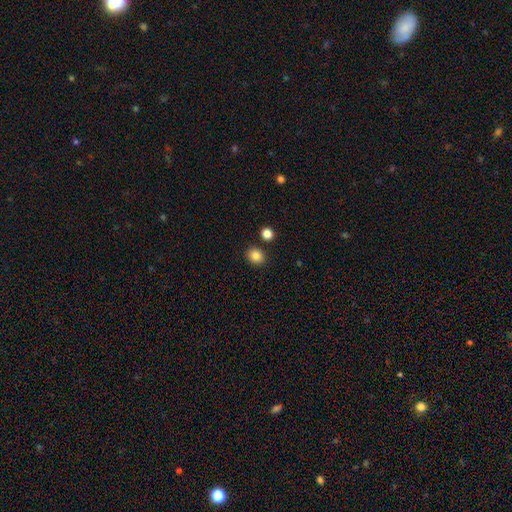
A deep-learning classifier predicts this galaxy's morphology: A smooth galaxy with no disk features (85%) that is round (68%).

Vote fractions:
- Smooth or featured? smooth: 85% / star or artifact: 11% / featured or disk: 5%
- How rounded? round: 68% / in between: 31% / cigar-shaped: 1%
- Merging? none: 86% / minor disturbance: 7% / merger: 5% / major disturbance: 2%